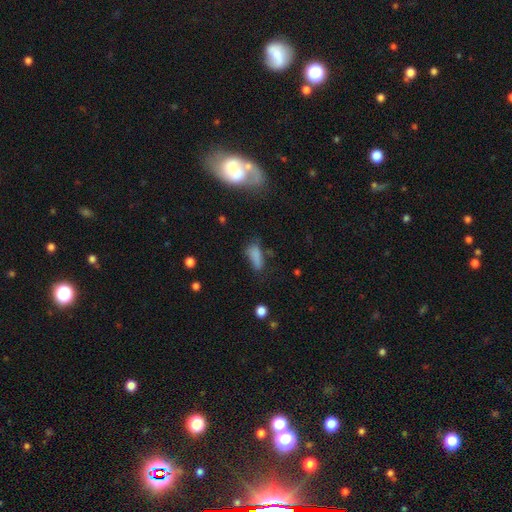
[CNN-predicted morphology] smooth 79%, star or artifact 12%, featured or disk 9%. Down the decision tree: how rounded — in between (69%); merging — none (47%).